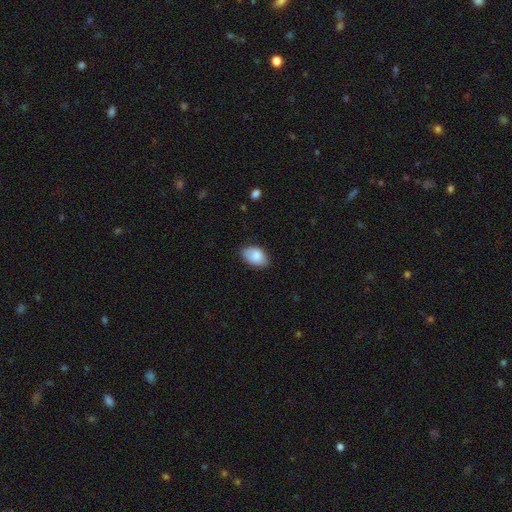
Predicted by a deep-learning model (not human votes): Morphology: type=smooth (86%); roundness=in between (91%); merging=none (79%).